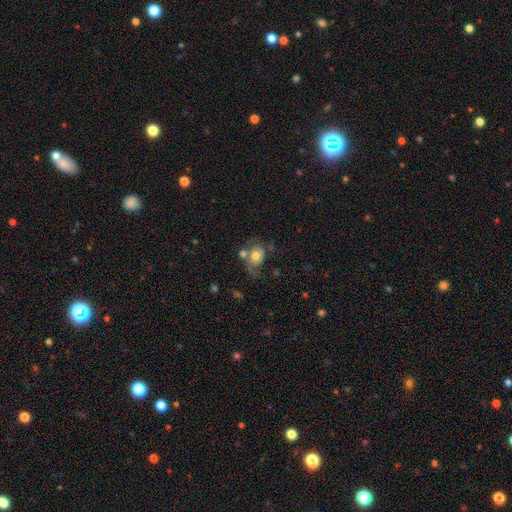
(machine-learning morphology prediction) A smooth galaxy with no disk features (57%) that is round (53%).

Vote fractions:
- Smooth or featured? smooth: 57% / featured or disk: 34% / star or artifact: 9%
- How rounded? round: 53% / in between: 46% / cigar-shaped: 1%
- Merging? none: 34% / major disturbance: 23% / merger: 23% / minor disturbance: 20%